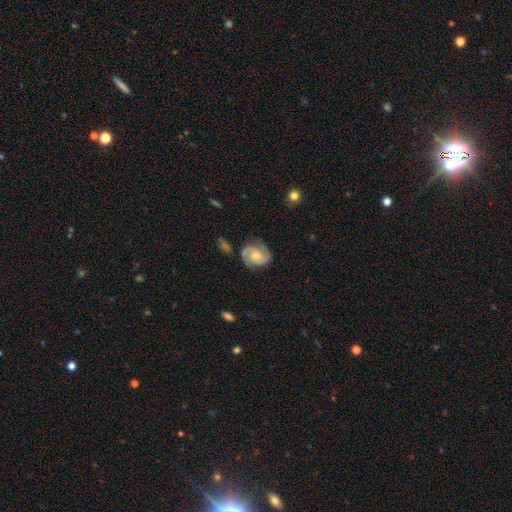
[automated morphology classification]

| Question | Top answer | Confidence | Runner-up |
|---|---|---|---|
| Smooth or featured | featured or disk | 85% | smooth (10%) |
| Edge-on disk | no | 98% | yes (2%) |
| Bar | no | 64% | weak (29%) |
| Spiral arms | yes | 97% | no (3%) |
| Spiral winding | tight | 51% | medium (41%) |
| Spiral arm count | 2 | 88% | can't tell (4%) |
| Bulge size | moderate | 46% | small (38%) |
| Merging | none | 77% | minor disturbance (16%) |